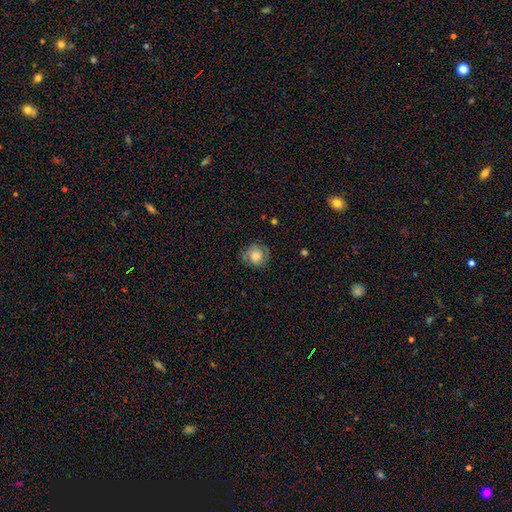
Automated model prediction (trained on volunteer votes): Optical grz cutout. It shows a smooth galaxy with no disk features (56%) that is round (86%). Merging: none (71%).